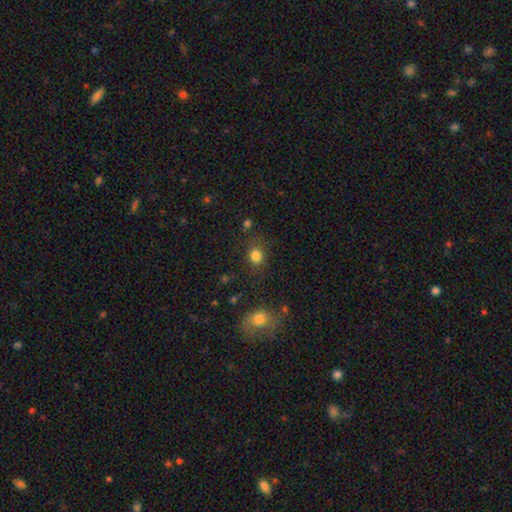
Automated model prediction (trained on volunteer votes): Smooth or featured? smooth (82%)
How rounded? round (75%)
Merging? none (80%)